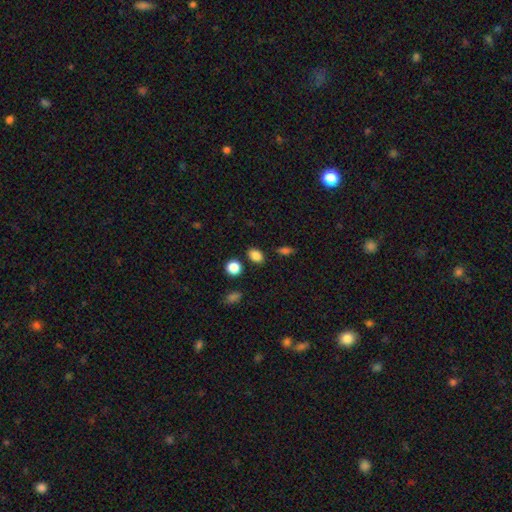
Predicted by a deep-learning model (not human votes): Morphology: type=smooth (85%); roundness=in between (70%); merging=none (83%).